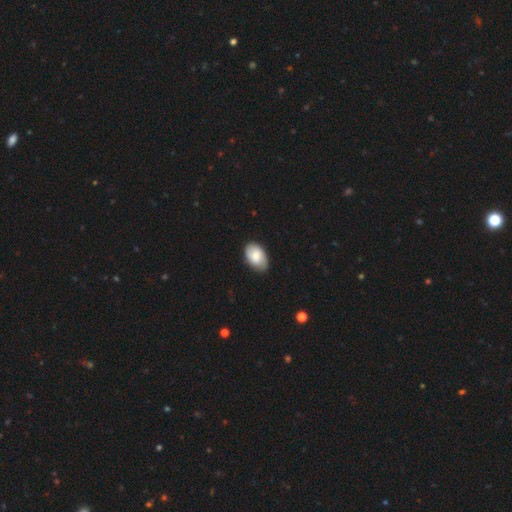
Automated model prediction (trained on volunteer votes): Overall: smooth (71%). How rounded: in between (90%). Merging: none (76%).